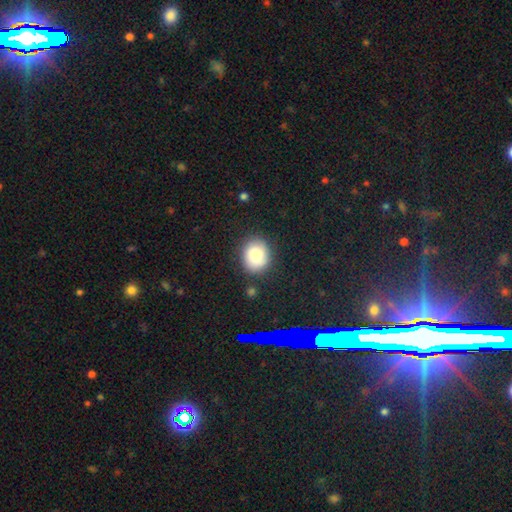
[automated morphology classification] A smooth galaxy with no disk features (85%) that is round (62%). Merging: none (82%).